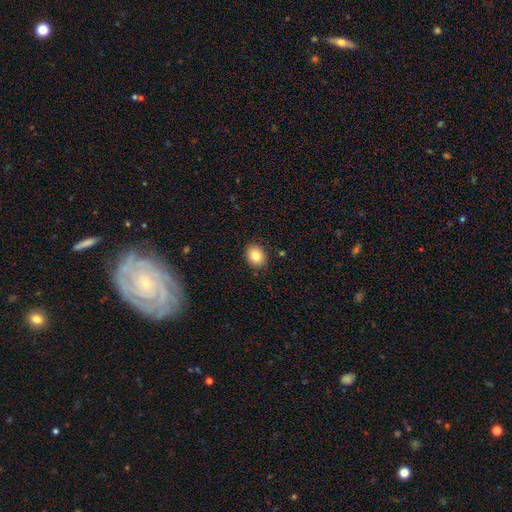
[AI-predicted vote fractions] Smooth or featured? Predicted: smooth (p=0.85). How rounded? Predicted: round (p=0.50). Merging? Predicted: none (p=0.87).